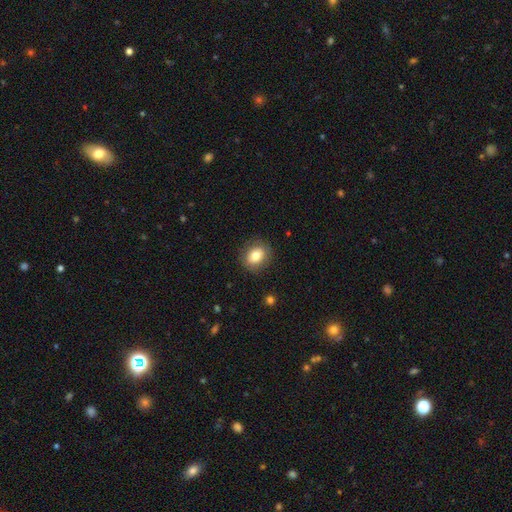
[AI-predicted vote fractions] smooth 79%, featured or disk 12%, star or artifact 9%. Down the decision tree: how rounded — round (54%); merging — none (86%).